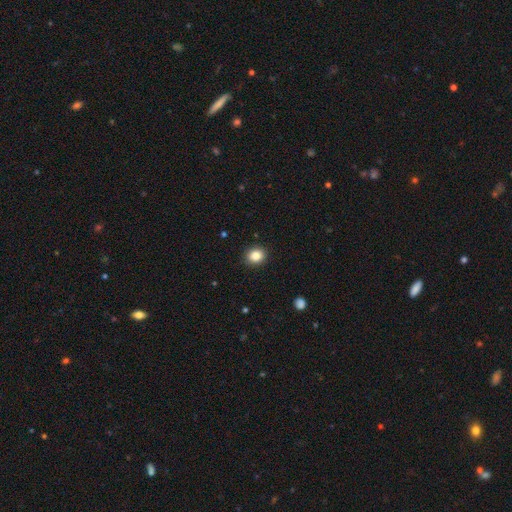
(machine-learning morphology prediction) smooth_or_featured: smooth (p=0.85) [alt: star or artifact p=0.10]
how_rounded: round (p=0.71) [alt: in between p=0.28]
merging: none (p=0.90) [alt: minor disturbance p=0.07]